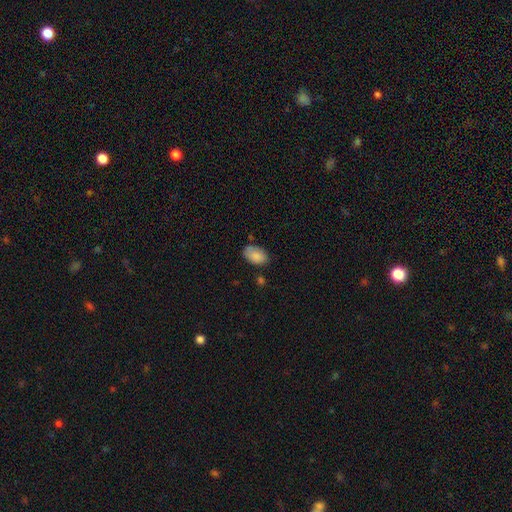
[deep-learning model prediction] This is clearly a smooth galaxy (86%). How rounded: clearly in between (91%). Merging: likely none (73%).